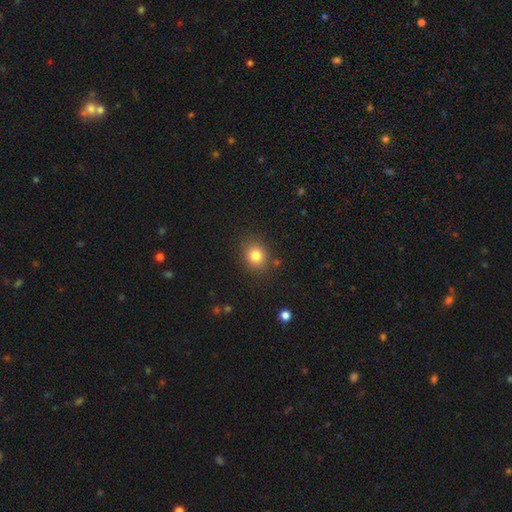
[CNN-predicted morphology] smooth 82%, star or artifact 11%, featured or disk 7%. Down the decision tree: how rounded — round (71%); merging — none (84%).